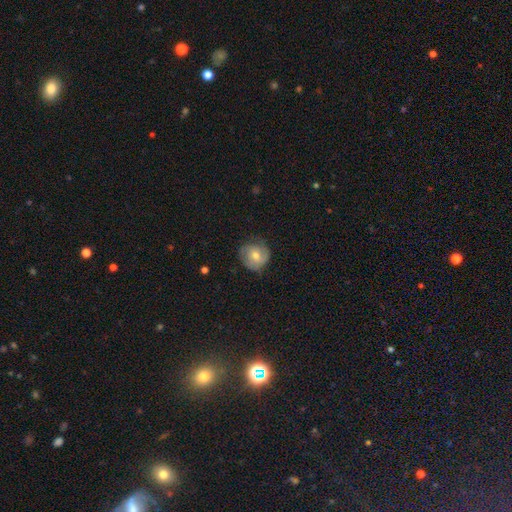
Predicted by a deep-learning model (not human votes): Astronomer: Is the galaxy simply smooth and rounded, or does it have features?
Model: featured or disk — 51% (runner-up: smooth, 41%).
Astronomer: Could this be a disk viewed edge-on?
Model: no — 97%.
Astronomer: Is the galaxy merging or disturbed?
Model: none — 68%.